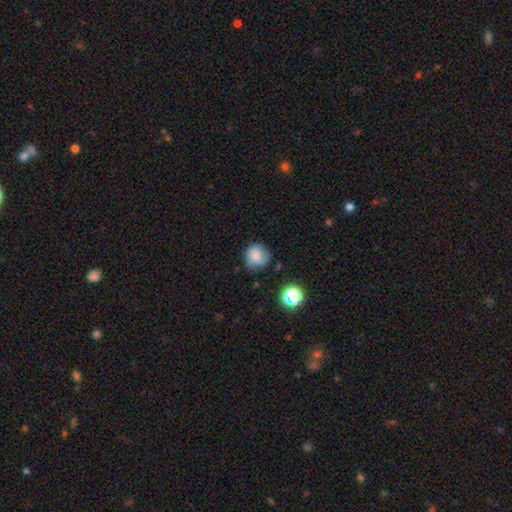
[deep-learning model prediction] A smooth galaxy with no disk features (66%) that is round (84%). Merging: none (63%).